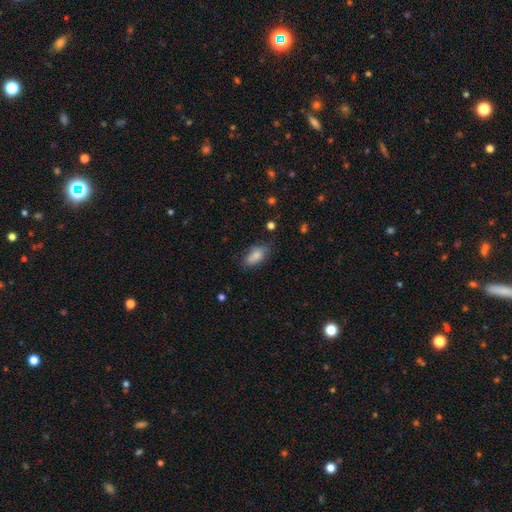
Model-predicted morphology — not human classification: Overall: smooth (82%). How rounded: in between (89%). Merging: none (66%).